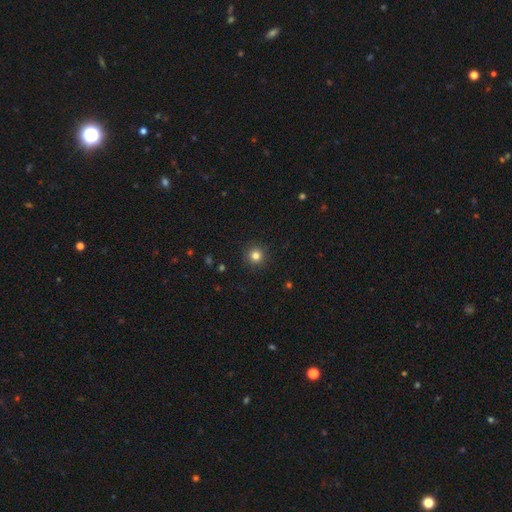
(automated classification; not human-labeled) Q: Smooth or featured?
A: smooth (82%); runner-up: star or artifact (13%)
Q: How rounded?
A: round (95%); runner-up: in between (4%)
Q: Merging?
A: none (92%); runner-up: minor disturbance (5%)